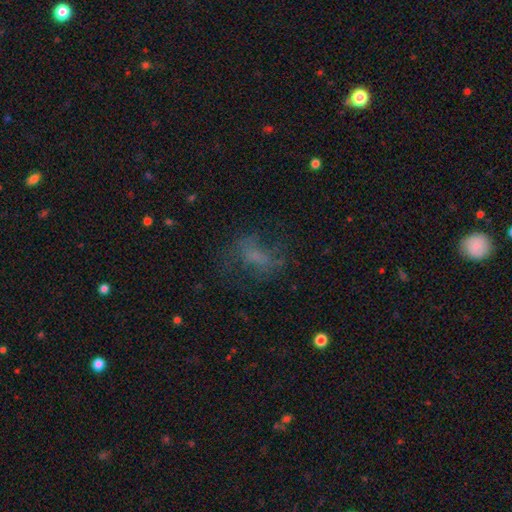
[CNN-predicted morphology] A smooth galaxy with no disk features (44%).

Vote fractions:
- Smooth or featured? smooth: 44% / featured or disk: 33% / star or artifact: 23%
- Merging? none: 51% / major disturbance: 28% / minor disturbance: 19% / merger: 2%